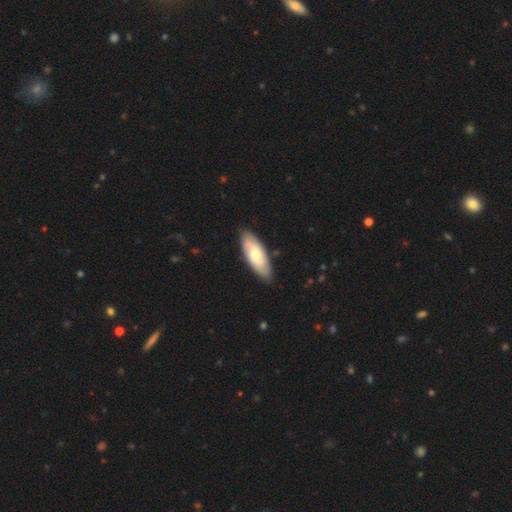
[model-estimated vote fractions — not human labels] A smooth galaxy with no disk features (58%) that is in between round and cigar-shaped (72%).

Vote fractions:
- Smooth or featured? smooth: 58% / featured or disk: 37% / star or artifact: 5%
- How rounded? in between: 72% / cigar-shaped: 26% / round: 2%
- Merging? none: 84% / minor disturbance: 13% / major disturbance: 2% / merger: 1%